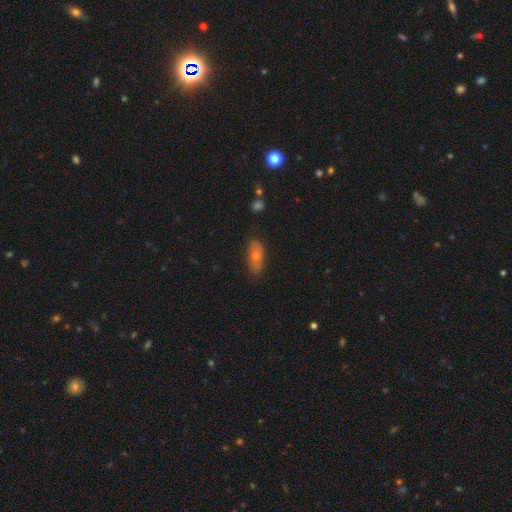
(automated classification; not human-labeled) Smooth or featured? smooth (56%)
How rounded? in between (76%)
Merging? none (78%)